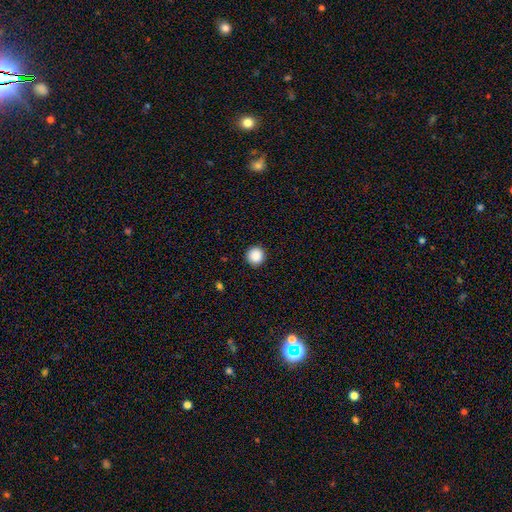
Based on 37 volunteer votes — Q: Smooth or featured?
A: smooth (95%); runner-up: featured or disk (3%)
Q: How rounded?
A: round (97%); runner-up: in between (3%)
Q: Merging?
A: none (89%); runner-up: minor disturbance (6%)